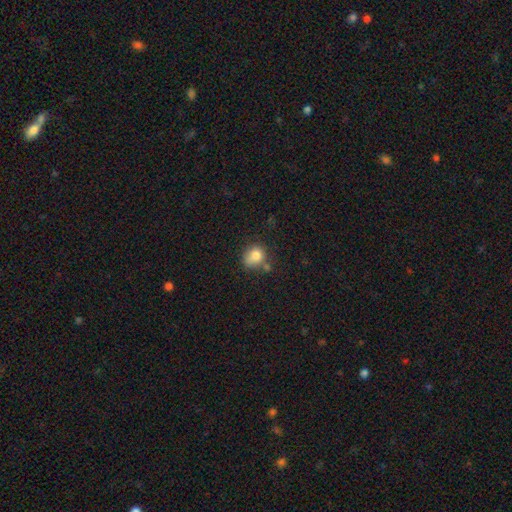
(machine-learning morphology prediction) Smooth or featured? smooth (80%)
How rounded? round (64%)
Merging? none (50%)